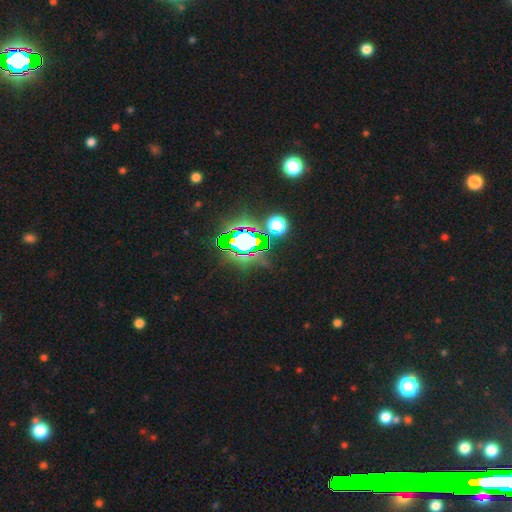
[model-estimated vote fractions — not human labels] smooth_or_featured: star or artifact (p=0.83) [alt: smooth p=0.10]